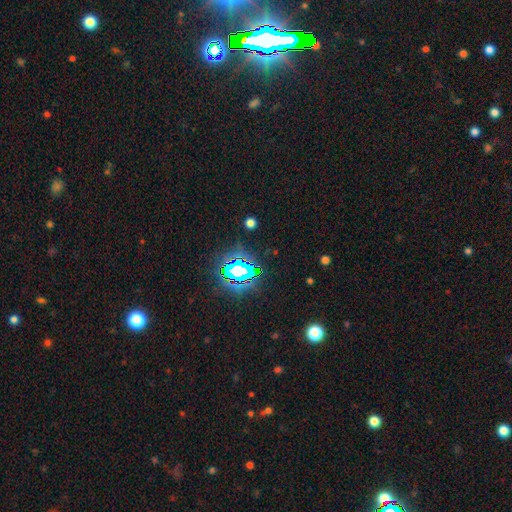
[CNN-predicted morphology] smooth_or_featured: star or artifact (p=0.82) [alt: smooth p=0.10]